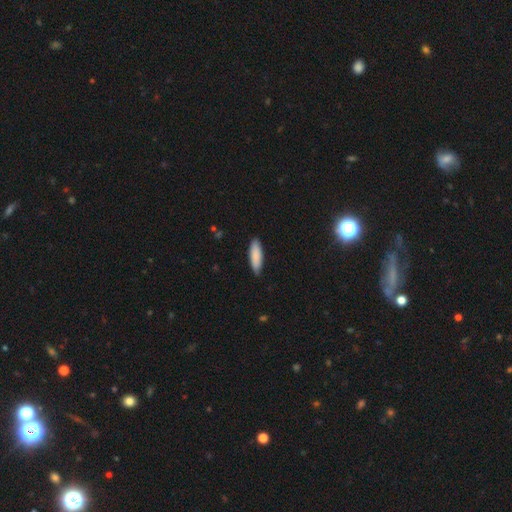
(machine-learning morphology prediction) A smooth galaxy with no disk features (87%) that is in between round and cigar-shaped (50%).

Vote fractions:
- Smooth or featured? smooth: 87% / featured or disk: 7% / star or artifact: 5%
- How rounded? in between: 50% / cigar-shaped: 48% / round: 1%
- Merging? none: 85% / minor disturbance: 12% / major disturbance: 2% / merger: 1%